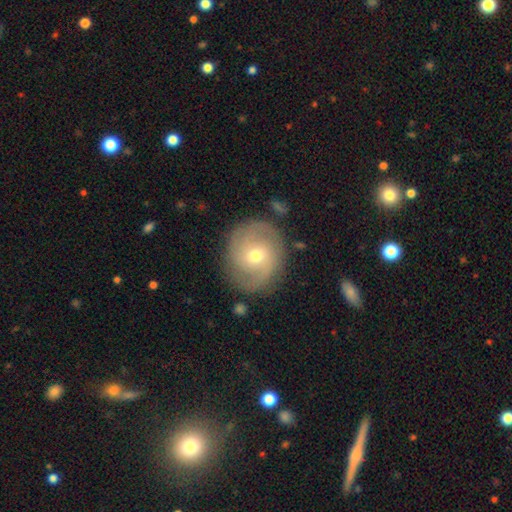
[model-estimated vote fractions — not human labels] Smooth or featured? Predicted: featured or disk (p=0.67). Edge-on disk? Predicted: no (p=0.97). Bar? Predicted: no (p=0.54). Spiral arms? Predicted: yes (p=0.86). Spiral winding? Predicted: tight (p=0.44). Spiral arm count? Predicted: 2 (p=0.64). Bulge size? Predicted: moderate (p=0.61). Merging? Predicted: none (p=0.81).